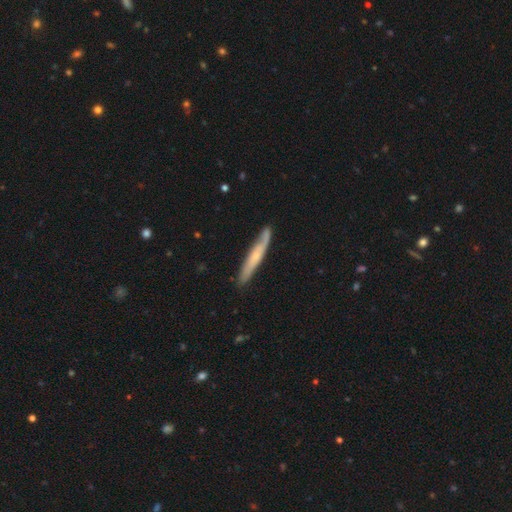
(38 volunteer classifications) This appears to be a featured or disk galaxy (58%) viewed edge-on (77%) with no central bulge (76%). Merging: none (83%).